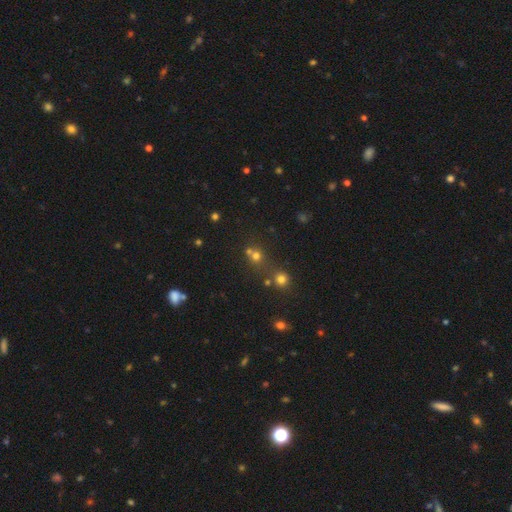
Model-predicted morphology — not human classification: This appears to be a smooth galaxy with no disk features (63%) that is round (85%). Merging: none (51%).